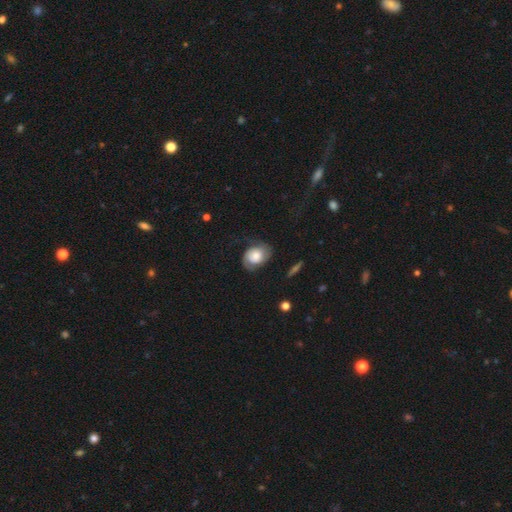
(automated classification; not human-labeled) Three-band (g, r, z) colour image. It shows a featured or disk galaxy (47%). Merging: none (57%).